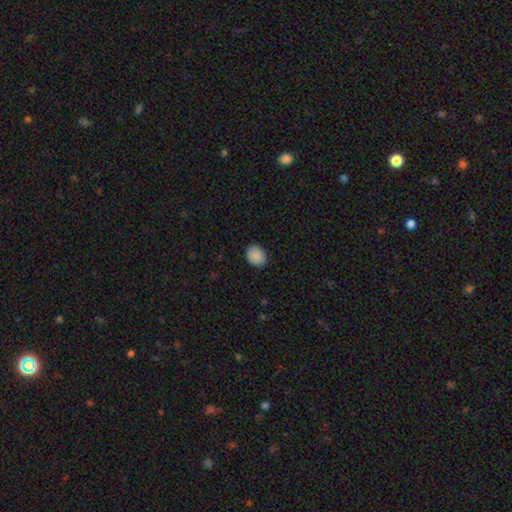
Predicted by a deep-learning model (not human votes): The model was most divided on "how rounded": round: 61%, in between: 38%, cigar-shaped: 1%. More confident: smooth or featured — smooth (89%); merging — none (88%).